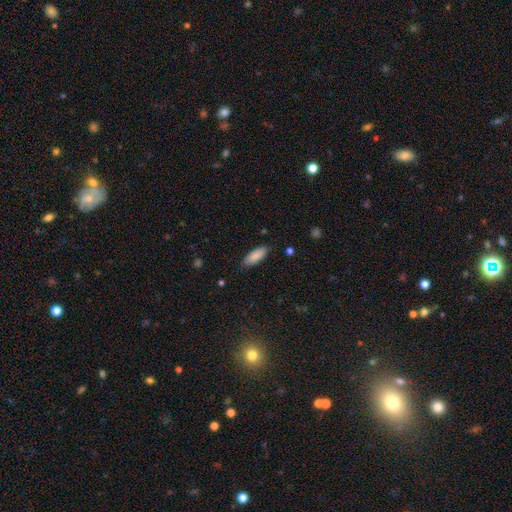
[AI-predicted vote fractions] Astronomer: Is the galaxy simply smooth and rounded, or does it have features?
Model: smooth — 87%.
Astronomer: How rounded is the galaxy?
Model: in between — 75%.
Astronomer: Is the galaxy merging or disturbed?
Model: none — 84%.